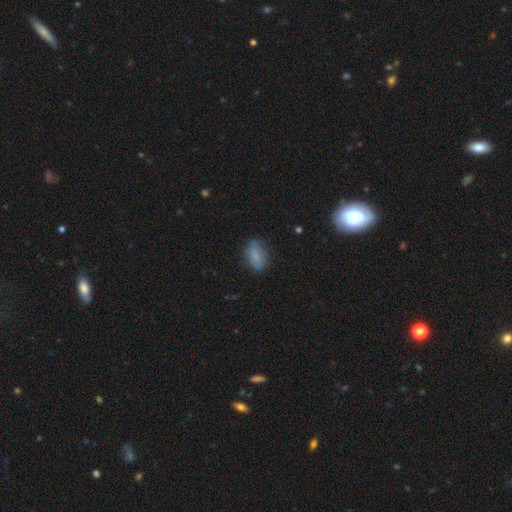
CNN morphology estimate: type=smooth (79%); roundness=in between (86%); merging=none (73%).